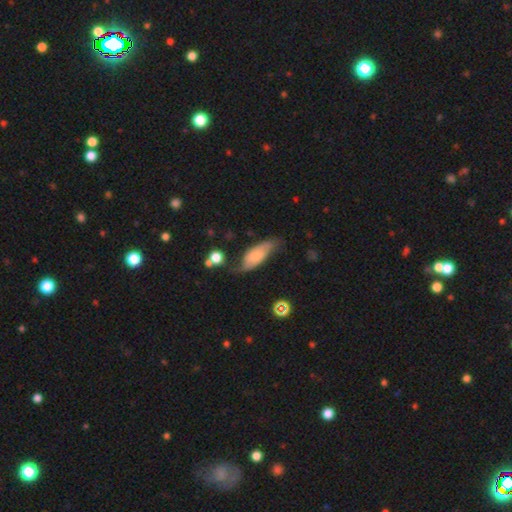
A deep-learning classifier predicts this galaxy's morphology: Smooth or featured: smooth — 58% (featured or disk — 35%)
How rounded: in between — 77% (cigar-shaped — 21%)
Merging: none — 51% (minor disturbance — 33%)